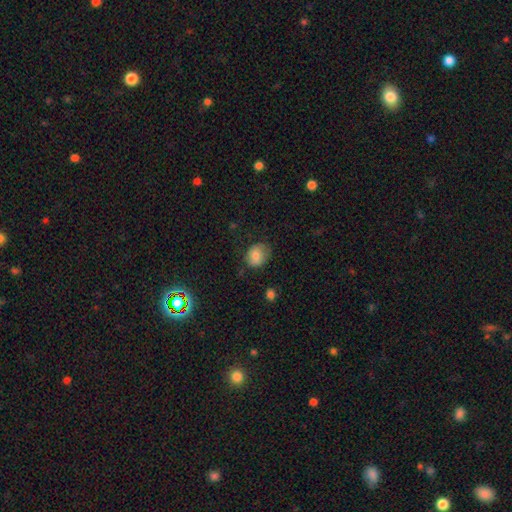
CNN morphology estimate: Smooth or featured: smooth — 81% (featured or disk — 10%)
How rounded: round — 53% (in between — 46%)
Merging: none — 65% (minor disturbance — 26%)